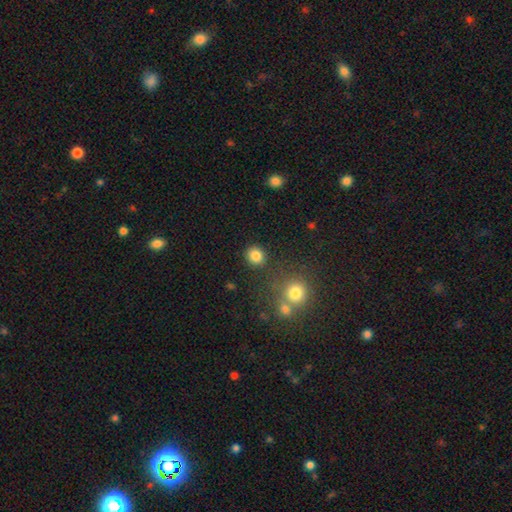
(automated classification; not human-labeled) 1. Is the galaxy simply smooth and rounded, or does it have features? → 84% smooth, 12% star or artifact, 4% featured or disk.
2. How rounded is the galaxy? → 85% round, 14% in between, 1% cigar-shaped.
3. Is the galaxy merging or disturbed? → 85% none, 8% minor disturbance, 4% merger, 3% major disturbance.